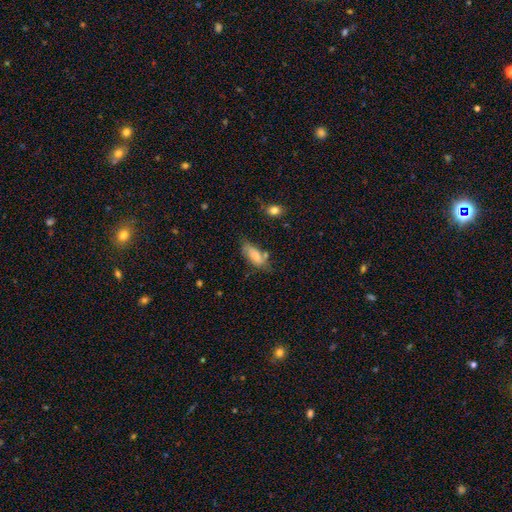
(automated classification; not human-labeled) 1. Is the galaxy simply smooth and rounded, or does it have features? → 81% smooth, 12% featured or disk, 8% star or artifact.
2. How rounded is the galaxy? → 76% in between, 22% cigar-shaped, 2% round.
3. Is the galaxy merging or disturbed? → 56% none, 27% minor disturbance, 9% merger, 9% major disturbance.